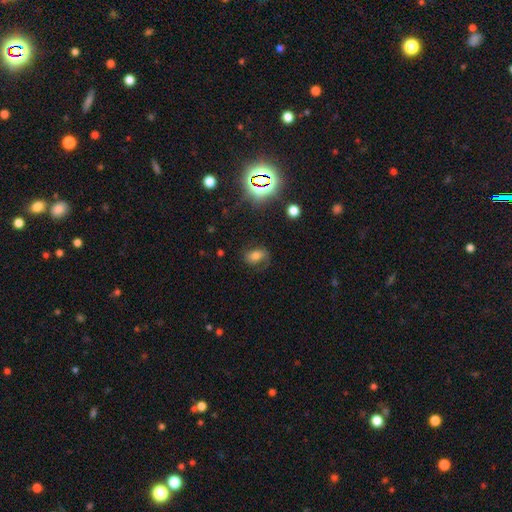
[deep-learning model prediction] Overall: smooth (51%; featured or disk 29%). How rounded: in between (79%). Merging: none (59%; minor disturbance 22%).